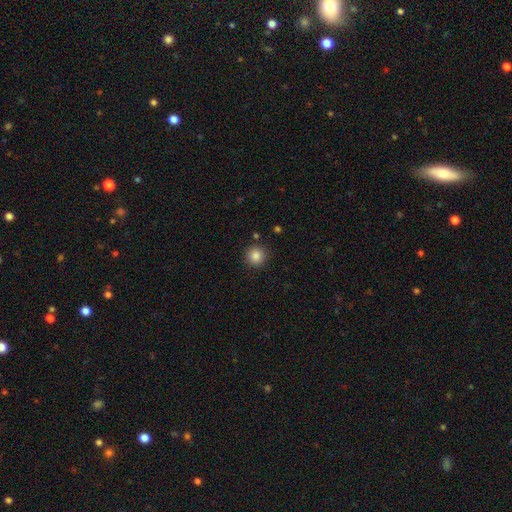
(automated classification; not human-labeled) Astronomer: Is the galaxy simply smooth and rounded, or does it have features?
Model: smooth — 86%.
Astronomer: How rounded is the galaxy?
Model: round — 94%.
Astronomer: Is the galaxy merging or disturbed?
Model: none — 89%.